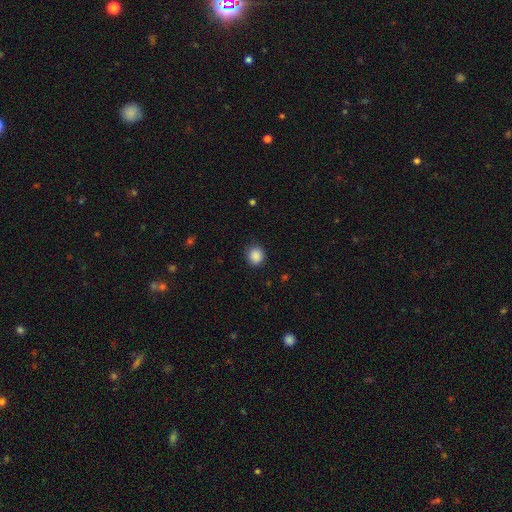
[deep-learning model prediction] smooth-or-featured: smooth: 88% | star or artifact: 9% | featured or disk: 3%
  how-rounded: round: 87% | in between: 12% | cigar-shaped: 1%
  merging: none: 88% | minor disturbance: 9% | major disturbance: 2% | merger: 1%